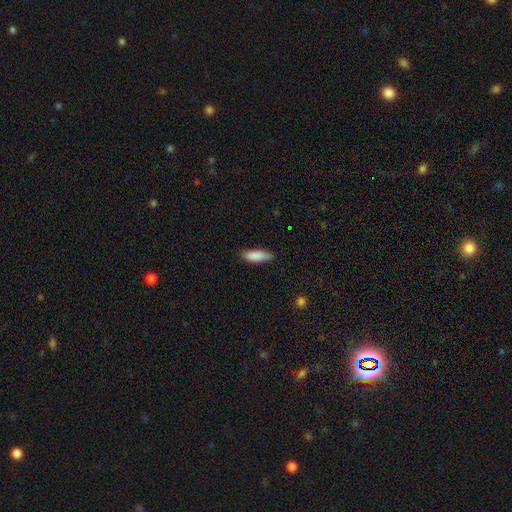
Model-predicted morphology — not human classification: type=smooth (88%); roundness=in between (59%); merging=none (79%).